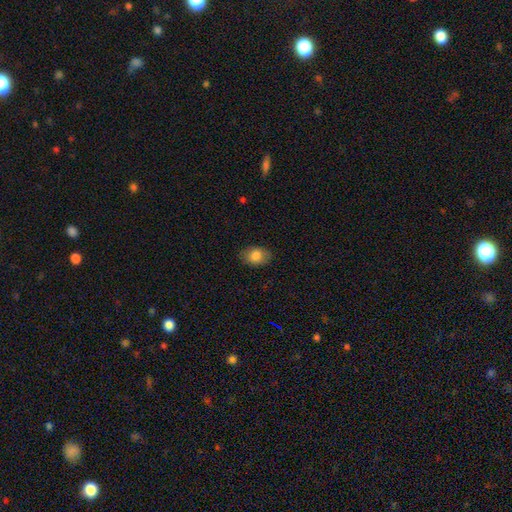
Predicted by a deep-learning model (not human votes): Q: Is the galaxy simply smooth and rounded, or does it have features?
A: smooth — 81%.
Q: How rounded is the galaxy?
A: in between — 79%.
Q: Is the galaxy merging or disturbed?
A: none — 84%.